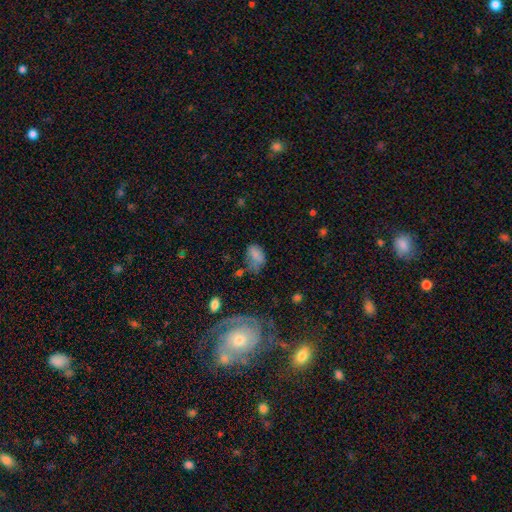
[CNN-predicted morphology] smooth-or-featured: smooth: 73% | featured or disk: 15% | star or artifact: 12%
  how-rounded: in between: 86% | round: 12% | cigar-shaped: 2%
  merging: none: 36% | minor disturbance: 33% | major disturbance: 23% | merger: 8%